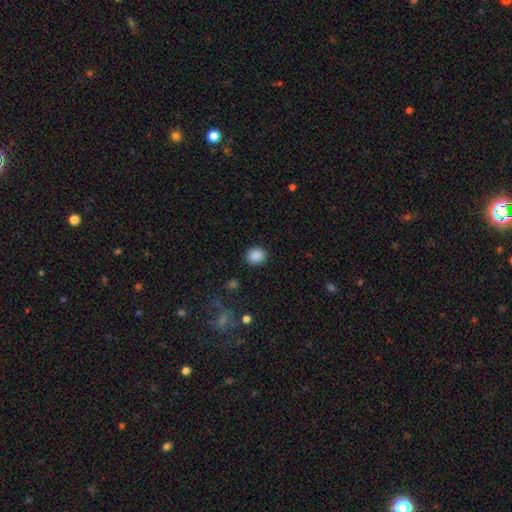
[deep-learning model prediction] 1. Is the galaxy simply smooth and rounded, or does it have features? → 87% smooth, 10% star or artifact, 3% featured or disk.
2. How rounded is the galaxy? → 76% round, 23% in between, 1% cigar-shaped.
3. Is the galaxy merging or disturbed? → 88% none, 8% minor disturbance, 3% major disturbance, 1% merger.